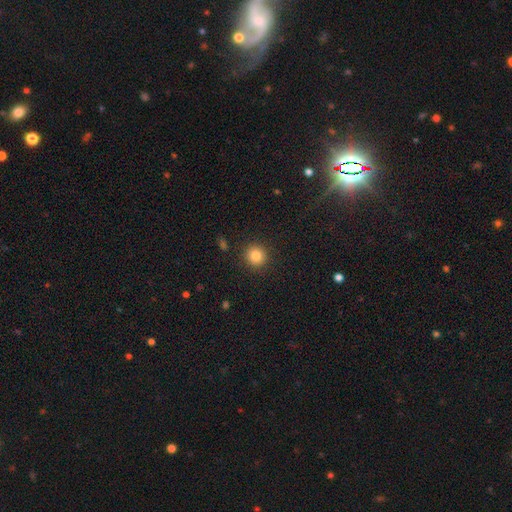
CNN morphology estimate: The model was most divided on "smooth or featured": smooth: 84%, star or artifact: 11%, featured or disk: 6%. More confident: how rounded — round (92%); merging — none (90%).